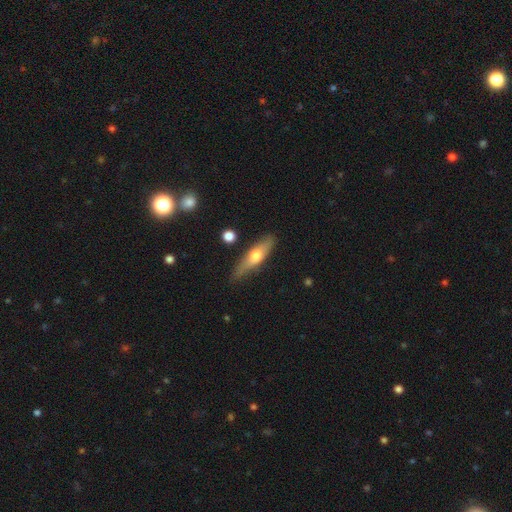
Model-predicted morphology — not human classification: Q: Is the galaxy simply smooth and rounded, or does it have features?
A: smooth — 50%.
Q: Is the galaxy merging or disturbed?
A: none — 77%.